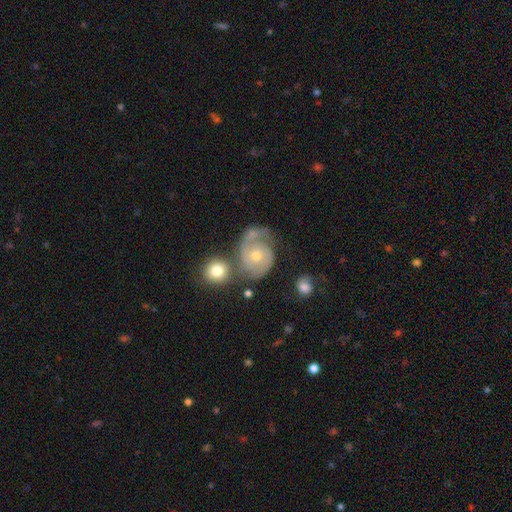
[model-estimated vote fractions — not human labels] Smooth or featured?
  - featured or disk: 84% *
  - smooth: 10%
  - star or artifact: 6%
Edge-on disk?
  - no: 98% *
  - yes: 2%
Bar?
  - no: 73% *
  - weak: 23%
  - strong: 4%
Spiral arms?
  - yes: 96% *
  - no: 4%
Spiral winding?
  - medium: 45% *
  - tight: 42%
  - loose: 13%
Spiral arm count?
  - 2: 76% *
  - 1: 9%
  - can't tell: 8%
  - 3: 5%
  - 4: 2%
  - more than 4: 2%
Bulge size?
  - small: 51% *
  - moderate: 45%
  - large: 2%
  - none: 1%
  - dominant: 1%
Merging?
  - none: 52% *
  - minor disturbance: 19%
  - merger: 16%
  - major disturbance: 13%